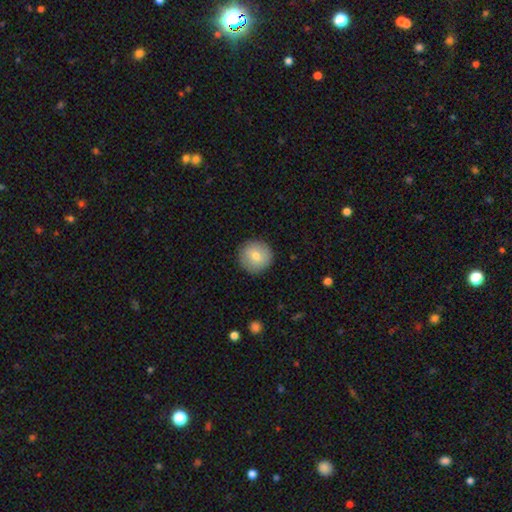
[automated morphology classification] Smooth or featured? smooth (75%)
How rounded? round (95%)
Merging? none (90%)